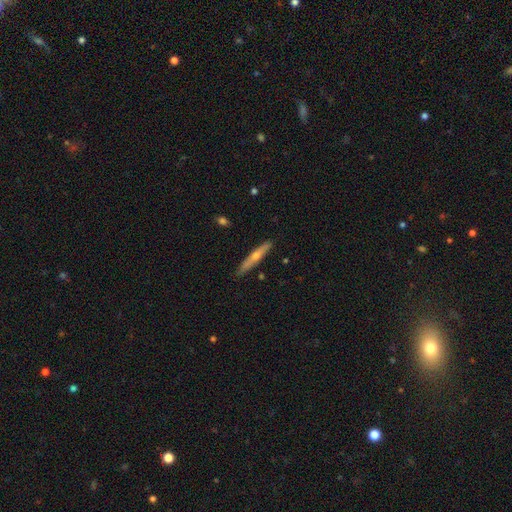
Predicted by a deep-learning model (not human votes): Smooth or featured? Predicted: featured or disk (p=0.55). Edge-on disk? Predicted: yes (p=0.93). Edge-on bulge? Predicted: rounded (p=0.81). Merging? Predicted: none (p=0.88).